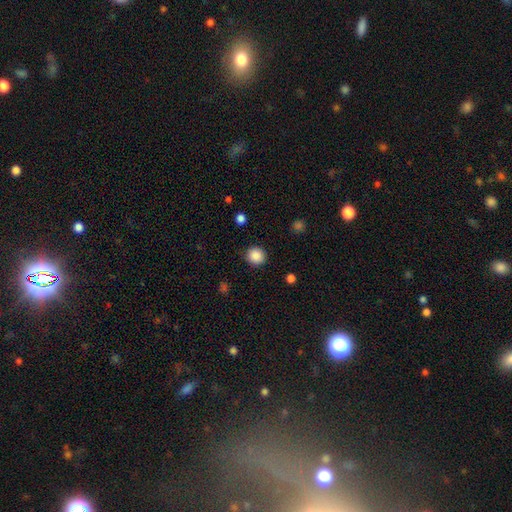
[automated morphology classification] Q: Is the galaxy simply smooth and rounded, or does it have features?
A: smooth — 88%.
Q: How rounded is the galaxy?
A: round — 91%.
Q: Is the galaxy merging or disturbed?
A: none — 90%.